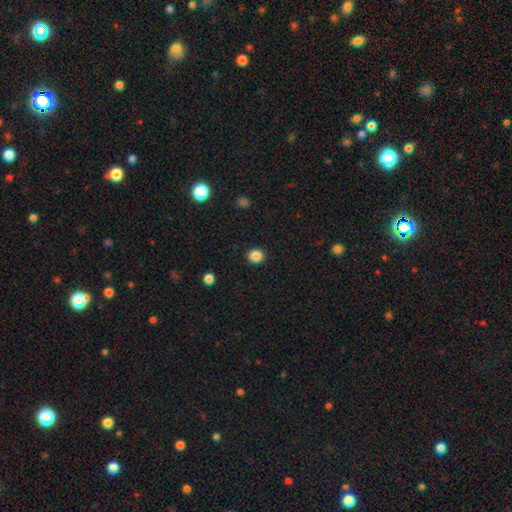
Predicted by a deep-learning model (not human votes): smooth-or-featured: smooth: 86% | star or artifact: 11% | featured or disk: 3%
  how-rounded: round: 91% | in between: 8% | cigar-shaped: 1%
  merging: none: 92% | minor disturbance: 5% | major disturbance: 2% | merger: 1%